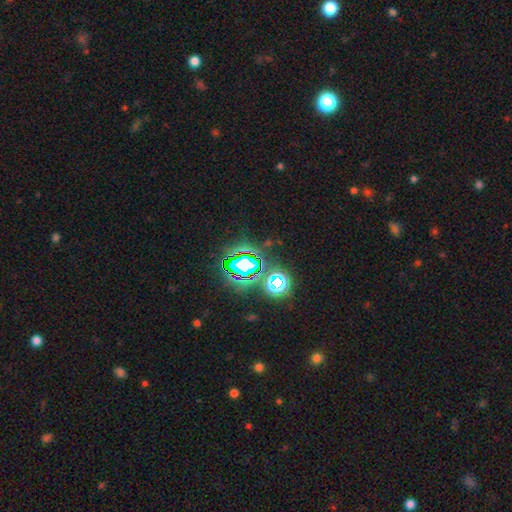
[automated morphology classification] type=star or artifact (78%).